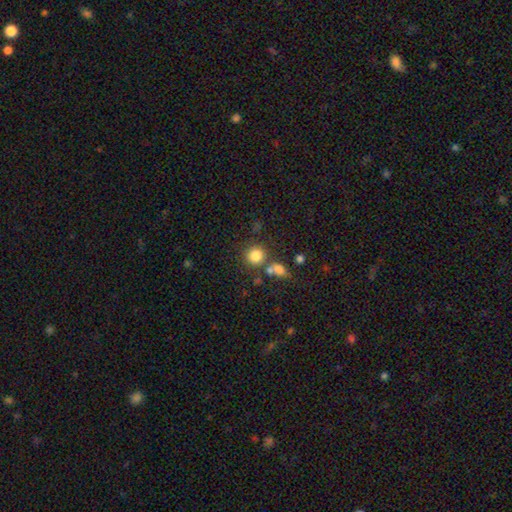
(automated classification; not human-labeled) smooth 82%, star or artifact 11%, featured or disk 7%. Down the decision tree: how rounded — round (89%); merging — none (69%).